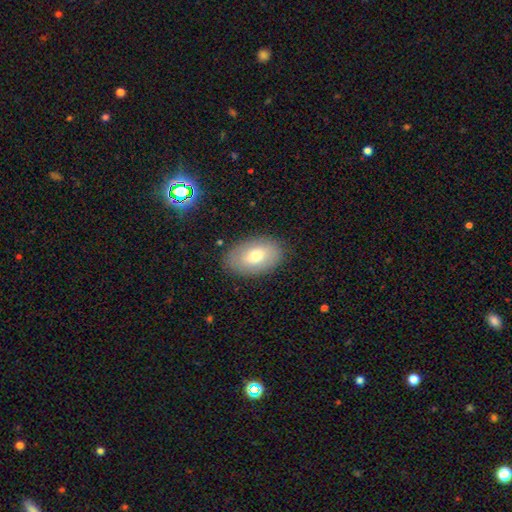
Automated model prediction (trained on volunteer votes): Q: Smooth or featured?
A: smooth (69%); runner-up: featured or disk (23%)
Q: How rounded?
A: in between (91%); runner-up: round (8%)
Q: Merging?
A: none (85%); runner-up: minor disturbance (11%)